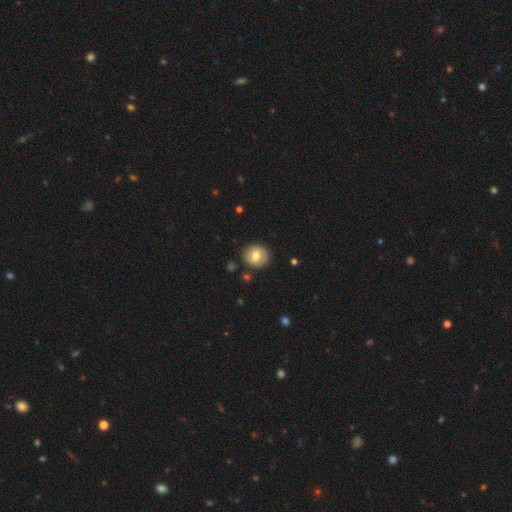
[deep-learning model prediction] This is likely a smooth galaxy (64%). How rounded: clearly round (86%). Merging: clearly none (87%).